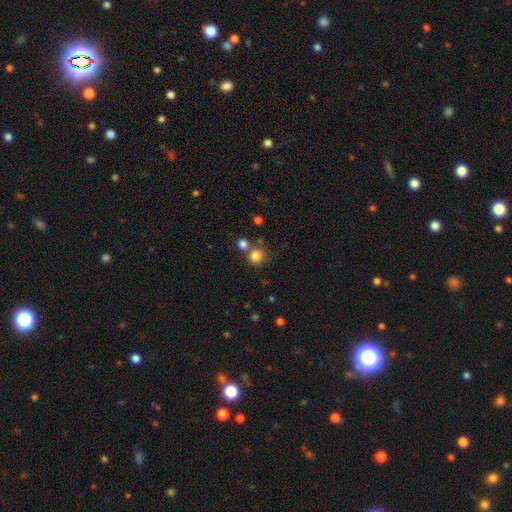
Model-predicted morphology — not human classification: The model was most divided on "merging": none: 66%, merger: 23%, minor disturbance: 8%, major disturbance: 3%. More confident: how rounded — round (92%); smooth or featured — smooth (82%).